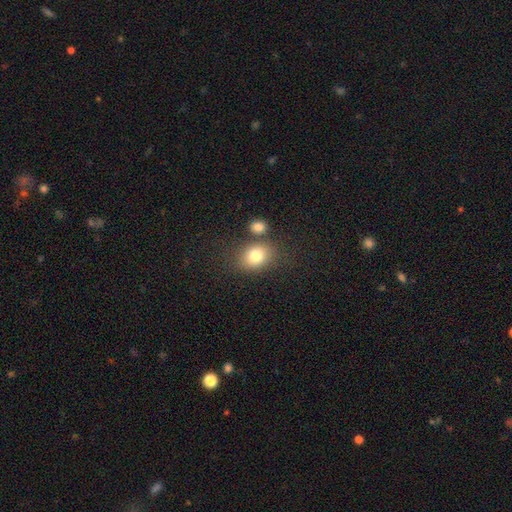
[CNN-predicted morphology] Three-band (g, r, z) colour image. It shows a smooth galaxy with no disk features (80%) that is in between round and cigar-shaped (60%). Merging: none (67%).